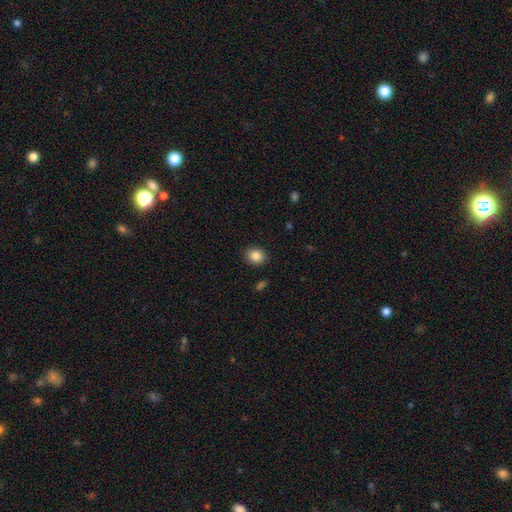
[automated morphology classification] This appears to be a smooth galaxy with no disk features (86%) that is round (58%). Merging: none (89%).